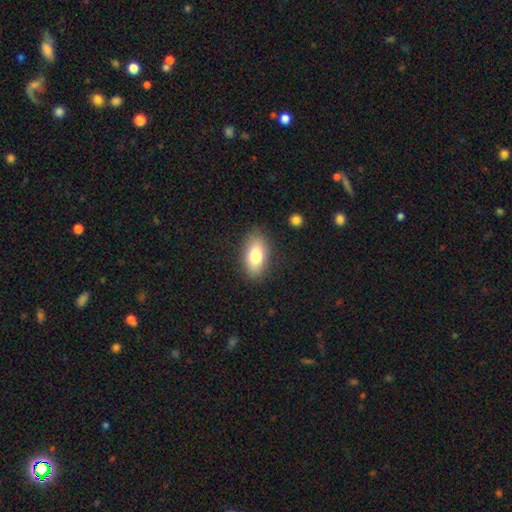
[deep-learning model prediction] Smooth or featured?
  - smooth: 78% *
  - featured or disk: 15%
  - star or artifact: 8%
How rounded?
  - in between: 89% *
  - round: 6%
  - cigar-shaped: 5%
Merging?
  - none: 86% *
  - minor disturbance: 10%
  - major disturbance: 3%
  - merger: 1%